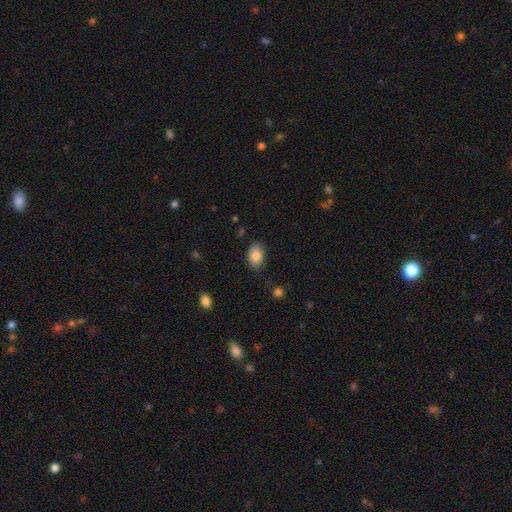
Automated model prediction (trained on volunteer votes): Smooth or featured? Predicted: smooth (p=0.87). How rounded? Predicted: in between (p=0.88). Merging? Predicted: none (p=0.83).